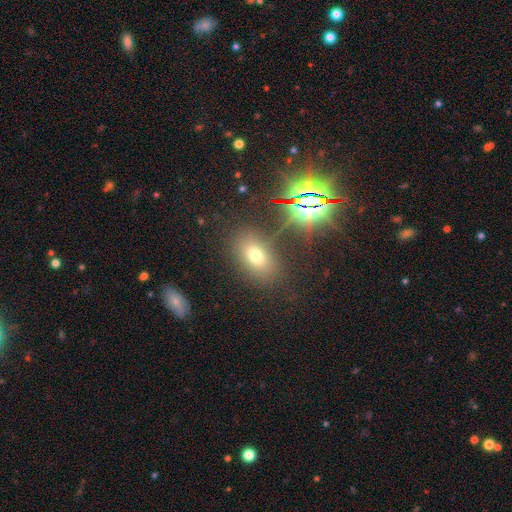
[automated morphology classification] smooth-or-featured: smooth: 62% | star or artifact: 25% | featured or disk: 13%
  how-rounded: in between: 81% | round: 17% | cigar-shaped: 2%
  merging: none: 80% | minor disturbance: 11% | major disturbance: 5% | merger: 4%